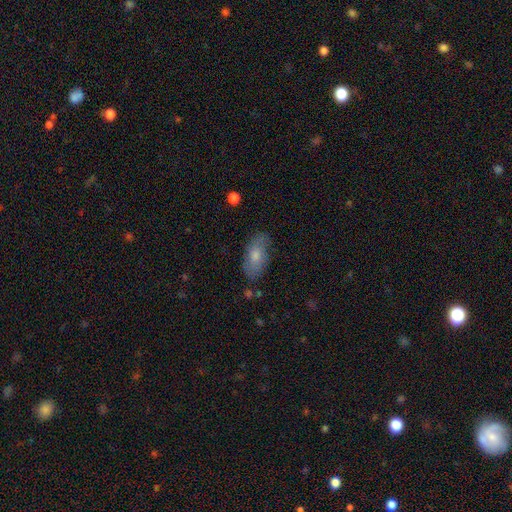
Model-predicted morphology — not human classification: smooth 66%, featured or disk 27%, star or artifact 7%. Down the decision tree: how rounded — in between (90%); merging — none (73%).